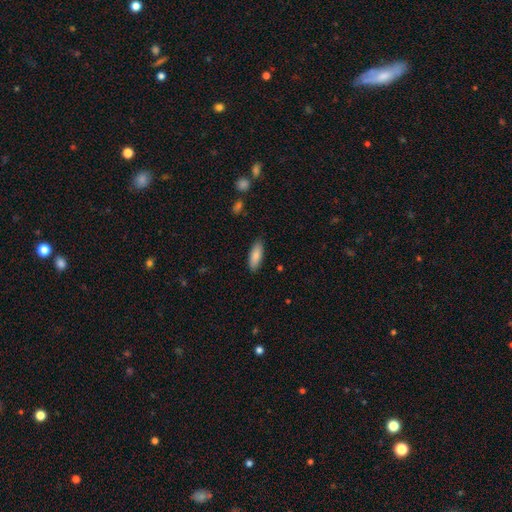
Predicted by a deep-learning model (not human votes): smooth-or-featured: smooth: 86% | featured or disk: 8% | star or artifact: 6%
  how-rounded: in between: 64% | cigar-shaped: 34% | round: 2%
  merging: none: 87% | minor disturbance: 9% | major disturbance: 2% | merger: 1%